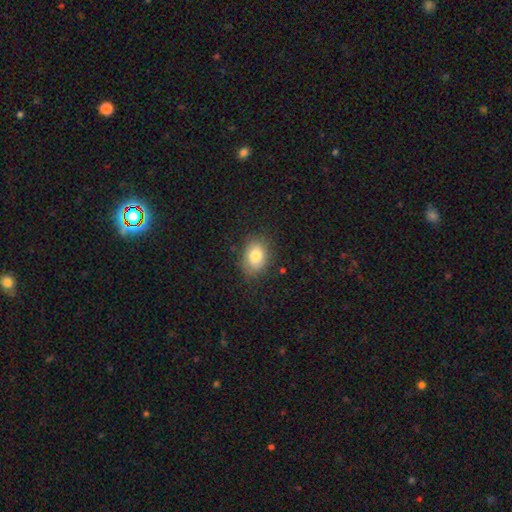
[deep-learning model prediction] Smooth or featured? Predicted: smooth (p=0.79). How rounded? Predicted: in between (p=0.69). Merging? Predicted: none (p=0.77).